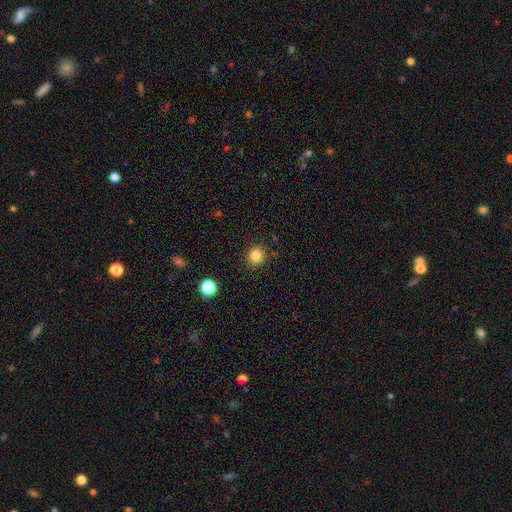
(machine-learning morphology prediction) Smooth or featured?
  - smooth: 84% *
  - star or artifact: 12%
  - featured or disk: 4%
How rounded?
  - round: 93% *
  - in between: 6%
  - cigar-shaped: 1%
Merging?
  - none: 89% *
  - minor disturbance: 7%
  - major disturbance: 2%
  - merger: 2%